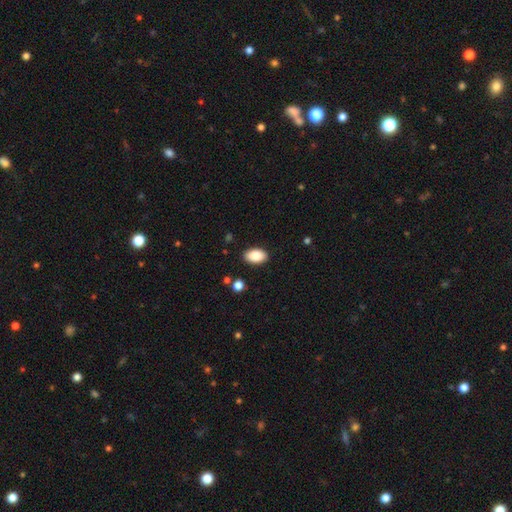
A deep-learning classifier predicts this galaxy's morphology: Q: Smooth or featured?
A: smooth (89%); runner-up: star or artifact (7%)
Q: How rounded?
A: in between (93%); runner-up: round (6%)
Q: Merging?
A: none (88%); runner-up: minor disturbance (8%)